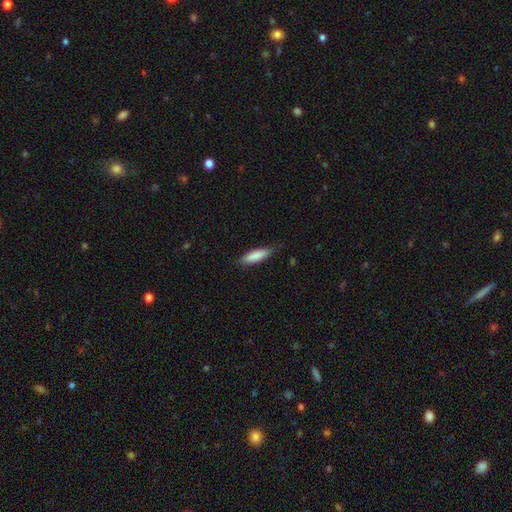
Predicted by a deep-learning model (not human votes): Smooth or featured? Predicted: smooth (p=0.86). How rounded? Predicted: cigar-shaped (p=0.60). Merging? Predicted: none (p=0.81).